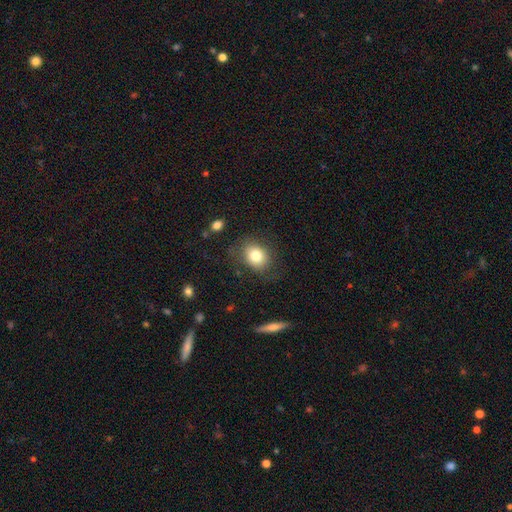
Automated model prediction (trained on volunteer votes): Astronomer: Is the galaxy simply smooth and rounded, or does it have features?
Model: smooth — 79%.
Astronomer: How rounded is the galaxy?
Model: round — 51% (runner-up: in between, 48%).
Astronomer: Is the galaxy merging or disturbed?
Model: none — 75%.